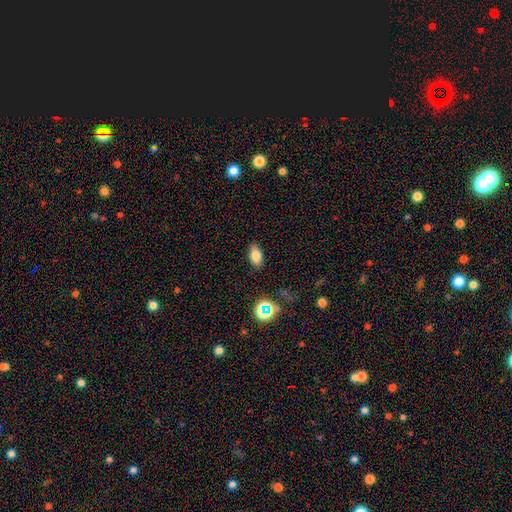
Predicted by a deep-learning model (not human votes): Q: Smooth or featured?
A: smooth (76%); runner-up: featured or disk (12%)
Q: How rounded?
A: in between (88%); runner-up: round (7%)
Q: Merging?
A: none (85%); runner-up: minor disturbance (11%)